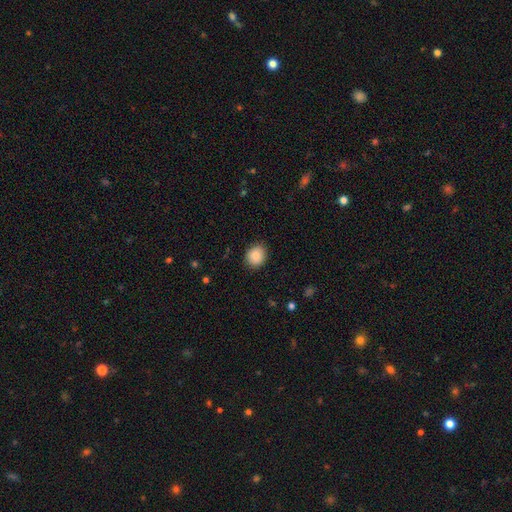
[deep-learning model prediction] smooth 85%, star or artifact 8%, featured or disk 7%. Down the decision tree: how rounded — round (69%); merging — none (87%).